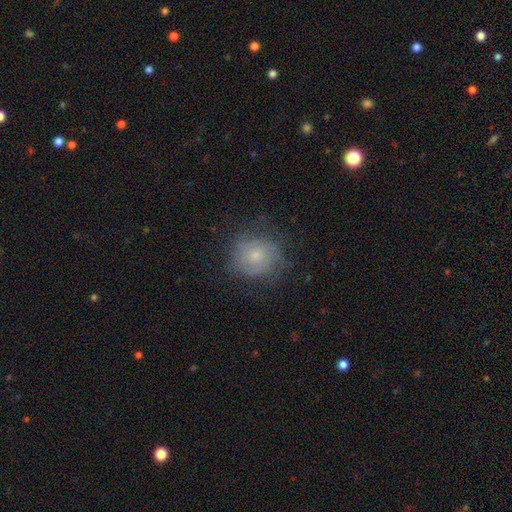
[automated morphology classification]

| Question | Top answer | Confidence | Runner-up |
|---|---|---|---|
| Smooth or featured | smooth | 56% | featured or disk (34%) |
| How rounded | round | 84% | in between (15%) |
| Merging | none | 69% | minor disturbance (20%) |